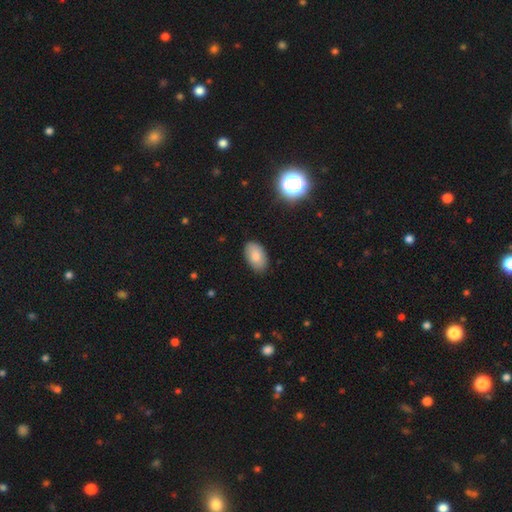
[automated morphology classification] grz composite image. It shows a smooth galaxy with no disk features (82%) that is in between round and cigar-shaped (93%). Merging: none (85%).